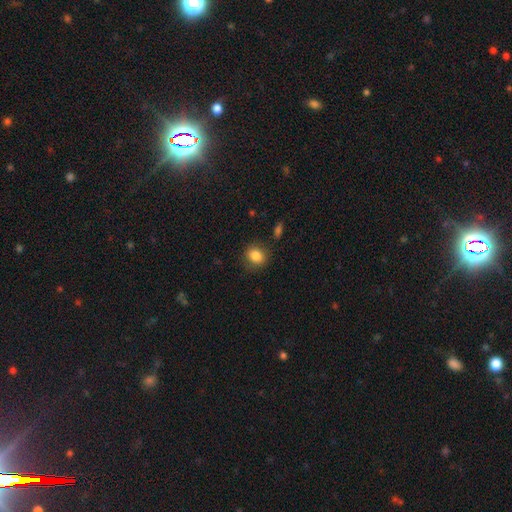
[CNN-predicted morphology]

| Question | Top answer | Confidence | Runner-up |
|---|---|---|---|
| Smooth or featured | smooth | 85% | star or artifact (9%) |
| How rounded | round | 66% | in between (33%) |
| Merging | none | 83% | minor disturbance (12%) |